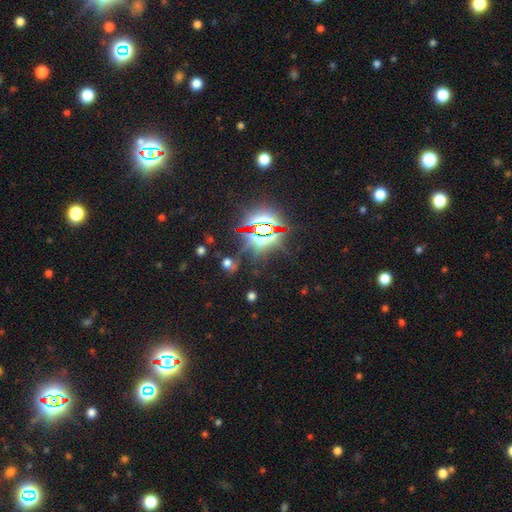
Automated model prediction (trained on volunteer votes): This is clearly a star or artifact rather than a galaxy (83%).